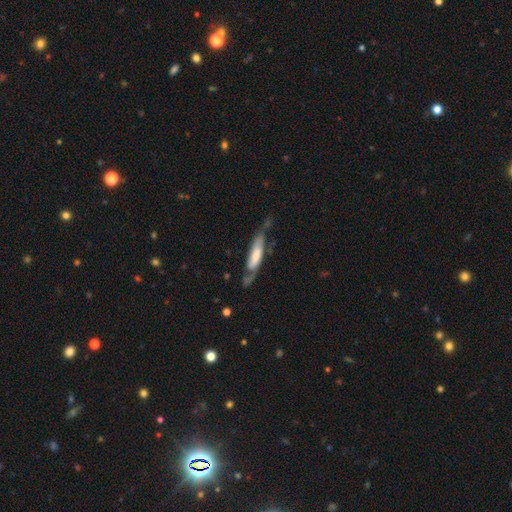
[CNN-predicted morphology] type=smooth (49%); merging=none (41%).